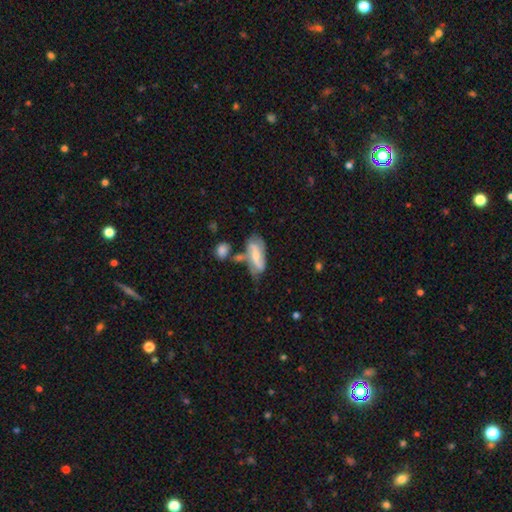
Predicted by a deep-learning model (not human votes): Smooth or featured: featured or disk — 63% (smooth — 30%)
Edge-on disk: no — 91% (yes — 9%)
Bar: weak — 37% (no — 35%)
Spiral arms: yes — 86% (no — 14%)
Bulge size: small — 47% (moderate — 42%)
Merging: none — 49% (minor disturbance — 23%)